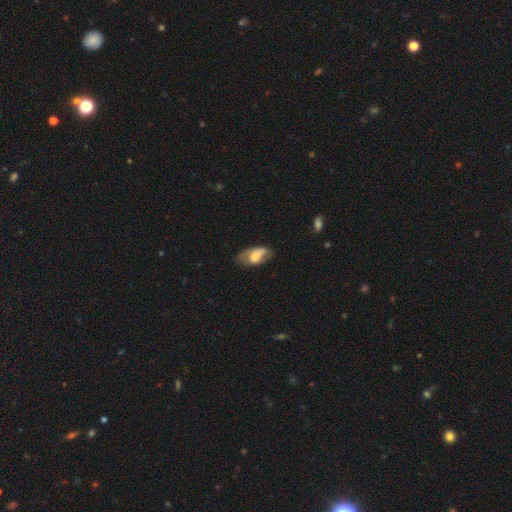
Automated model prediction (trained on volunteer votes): smooth-or-featured: smooth: 54% | featured or disk: 38% | star or artifact: 7%
  how-rounded: in between: 89% | cigar-shaped: 6% | round: 4%
  merging: none: 54% | minor disturbance: 29% | major disturbance: 15% | merger: 2%